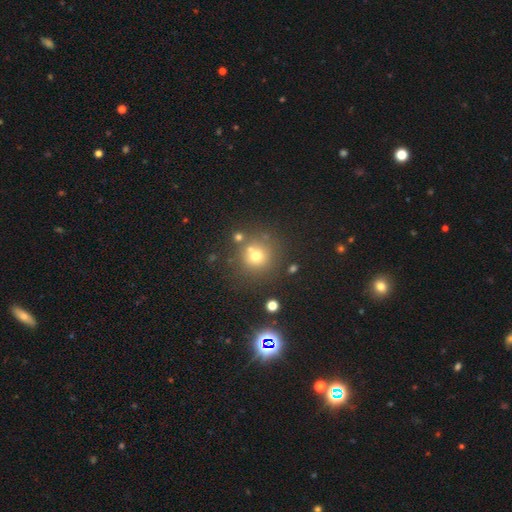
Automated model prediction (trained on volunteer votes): A smooth galaxy with no disk features (68%) that is round (92%). Merging: none (70%).